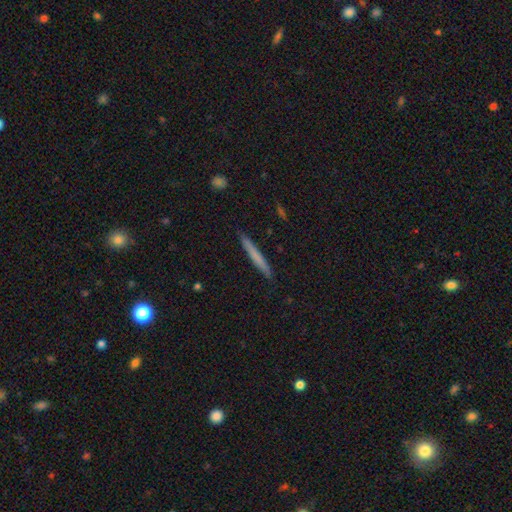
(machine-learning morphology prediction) Smooth or featured: smooth — 65% (featured or disk — 29%)
How rounded: cigar-shaped — 97% (in between — 2%)
Merging: none — 91% (minor disturbance — 7%)